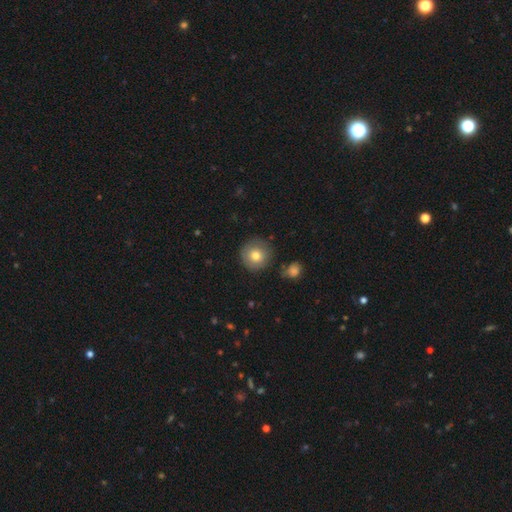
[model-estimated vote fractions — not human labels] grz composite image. It shows a smooth galaxy with no disk features (76%) that is round (95%). Merging: none (84%).